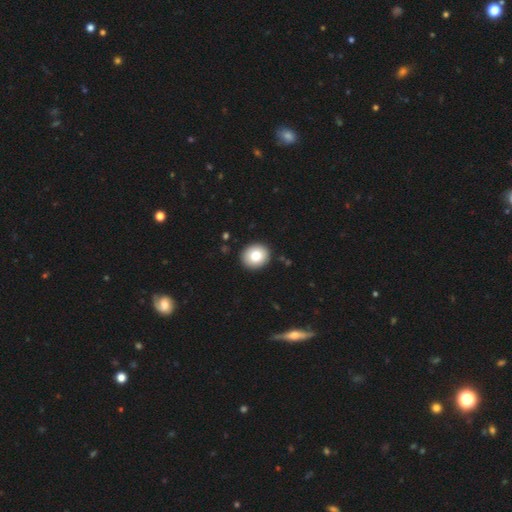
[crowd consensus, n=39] smooth-or-featured: smooth: 69% | featured or disk: 18% | star or artifact: 13%
  how-rounded: round: 81% | in between: 19% | cigar-shaped: 0%
  merging: none: 88% | minor disturbance: 9% | major disturbance: 3% | merger: 0%